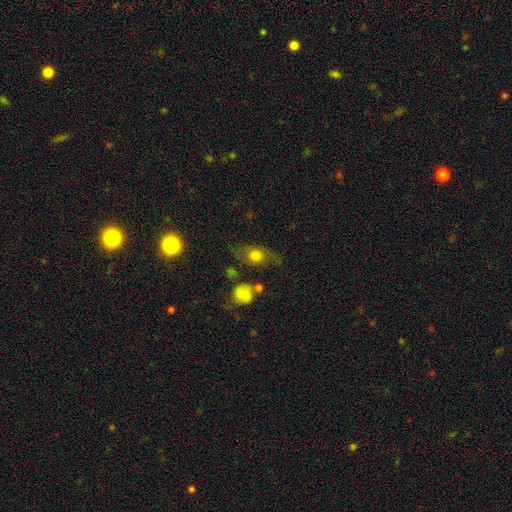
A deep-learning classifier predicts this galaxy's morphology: Smooth or featured?
  - smooth: 63% *
  - featured or disk: 25%
  - star or artifact: 11%
How rounded?
  - in between: 56% *
  - round: 37%
  - cigar-shaped: 8%
Merging?
  - none: 61% *
  - minor disturbance: 21%
  - major disturbance: 12%
  - merger: 6%